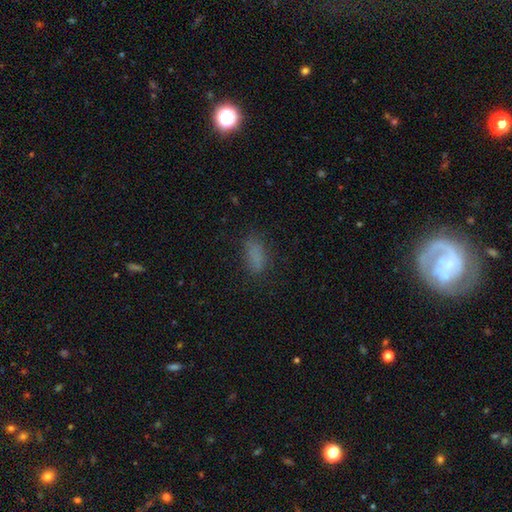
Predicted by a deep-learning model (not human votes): smooth-or-featured: smooth: 79% | star or artifact: 13% | featured or disk: 8%
  how-rounded: in between: 77% | cigar-shaped: 19% | round: 4%
  merging: none: 74% | minor disturbance: 16% | major disturbance: 8% | merger: 2%